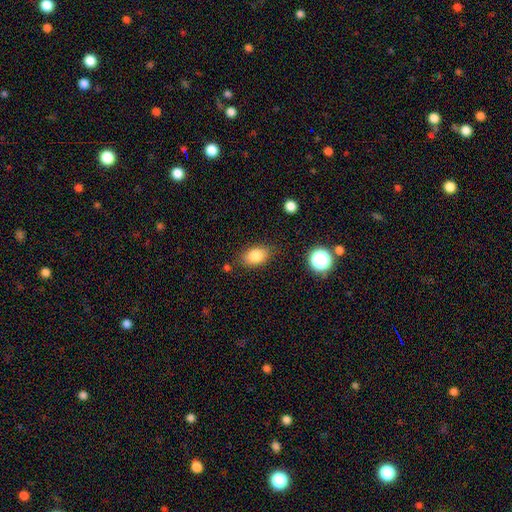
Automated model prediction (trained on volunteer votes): This is clearly a smooth galaxy (83%). How rounded: clearly in between (83%). Merging: likely none (79%).